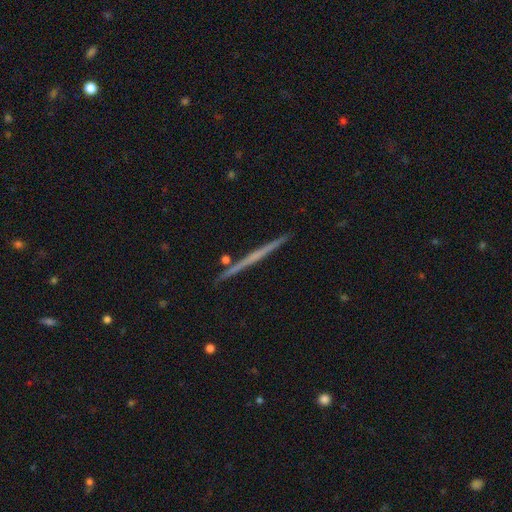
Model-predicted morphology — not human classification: Q: Smooth or featured?
A: featured or disk (62%); runner-up: smooth (32%)
Q: Edge-on disk?
A: yes (98%); runner-up: no (2%)
Q: Edge-on bulge?
A: none (86%); runner-up: rounded (10%)
Q: Merging?
A: none (92%); runner-up: minor disturbance (5%)